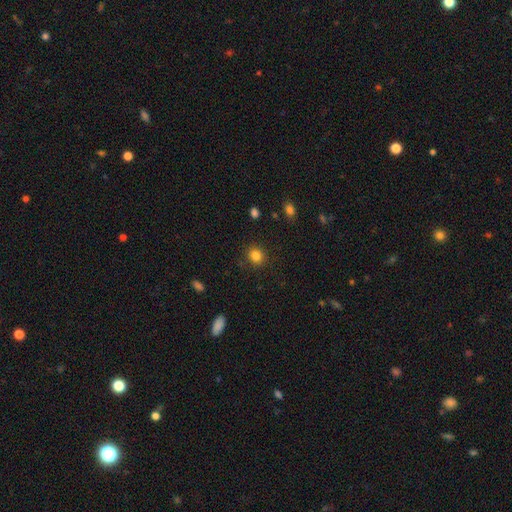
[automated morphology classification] Smooth or featured? Predicted: smooth (p=0.84). How rounded? Predicted: round (p=0.84). Merging? Predicted: none (p=0.89).